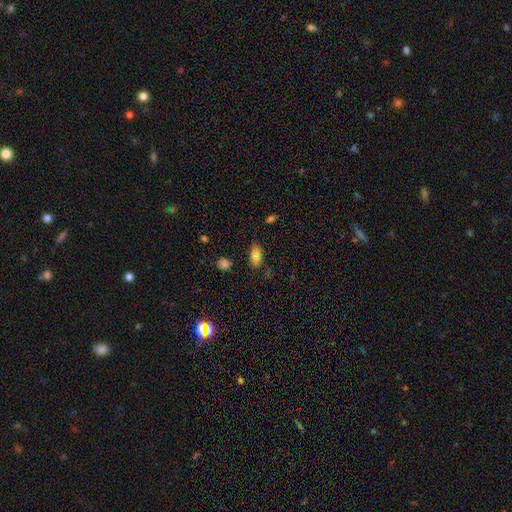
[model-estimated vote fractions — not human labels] This appears to be a smooth galaxy with no disk features (77%) that is in between round and cigar-shaped (87%). Merging: none (76%).